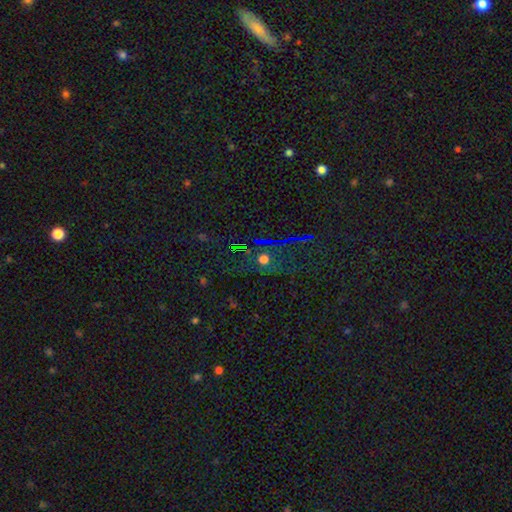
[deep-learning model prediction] This is likely a star or artifact rather than a galaxy (78%).